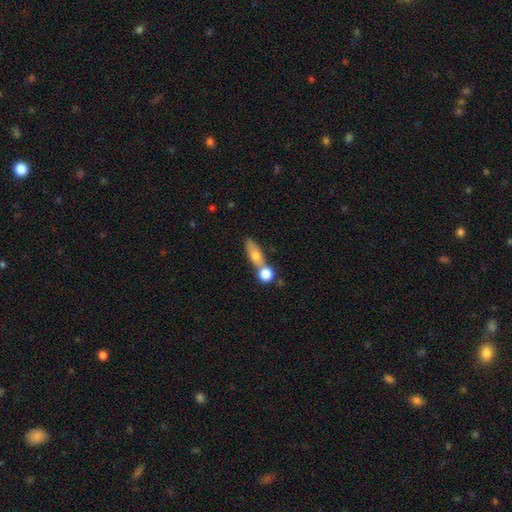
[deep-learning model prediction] A smooth galaxy with no disk features (67%) that is in between round and cigar-shaped (47%). Merging: merger (42%).